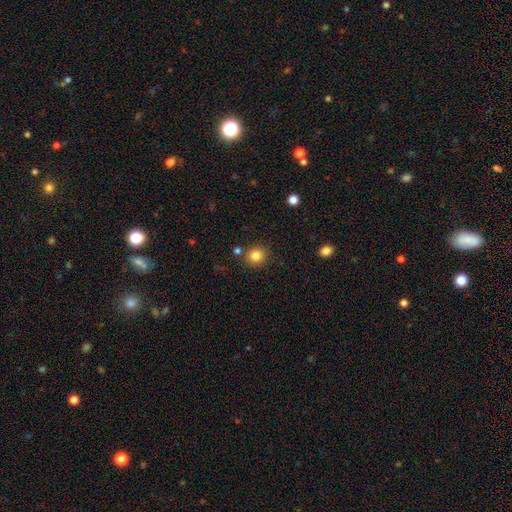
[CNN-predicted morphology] Smooth or featured? Predicted: smooth (p=0.84). How rounded? Predicted: round (p=0.87). Merging? Predicted: none (p=0.85).